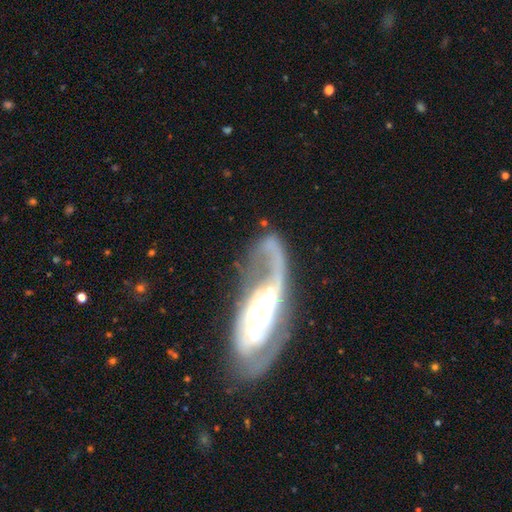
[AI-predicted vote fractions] Smooth or featured: featured or disk — 85% (smooth — 8%)
Edge-on disk: no — 91% (yes — 9%)
Bar: no — 53% (weak — 32%)
Spiral arms: yes — 92% (no — 8%)
Spiral winding: medium — 42% (tight — 35%)
Spiral arm count: 2 — 58% (1 — 18%)
Bulge size: small — 49% (moderate — 36%)
Merging: none — 54% (major disturbance — 24%)